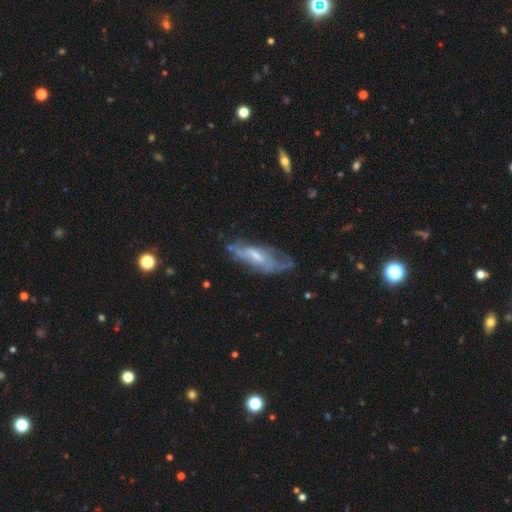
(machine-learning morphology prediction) Smooth or featured? Predicted: featured or disk (p=0.64). Edge-on disk? Predicted: no (p=0.78). Merging? Predicted: none (p=0.47).